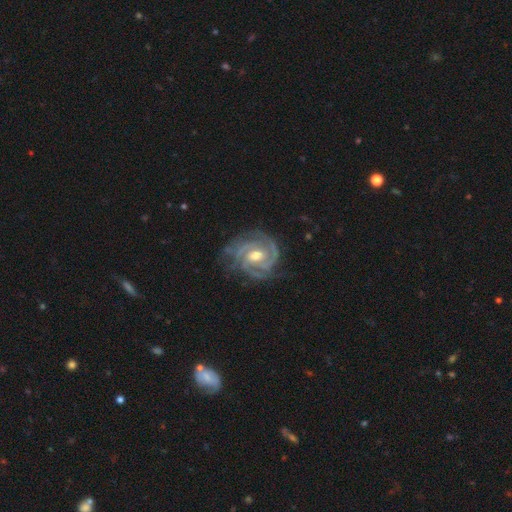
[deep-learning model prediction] Smooth or featured: featured or disk — 92% (star or artifact — 4%)
Edge-on disk: no — 98% (yes — 2%)
Bar: weak — 43% (no — 40%)
Spiral arms: yes — 98% (no — 2%)
Spiral winding: tight — 71% (medium — 25%)
Spiral arm count: 3 — 42% (2 — 29%)
Bulge size: moderate — 73% (small — 21%)
Merging: none — 73% (minor disturbance — 19%)